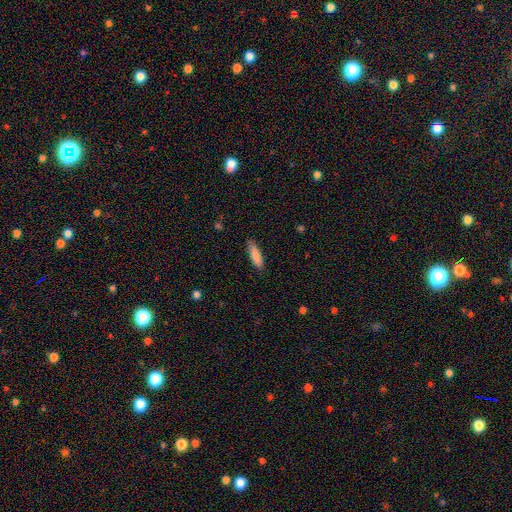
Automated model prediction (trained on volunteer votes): smooth-or-featured: smooth: 88% | featured or disk: 6% | star or artifact: 6%
  how-rounded: cigar-shaped: 62% | in between: 37% | round: 1%
  merging: none: 85% | minor disturbance: 12% | major disturbance: 2% | merger: 1%